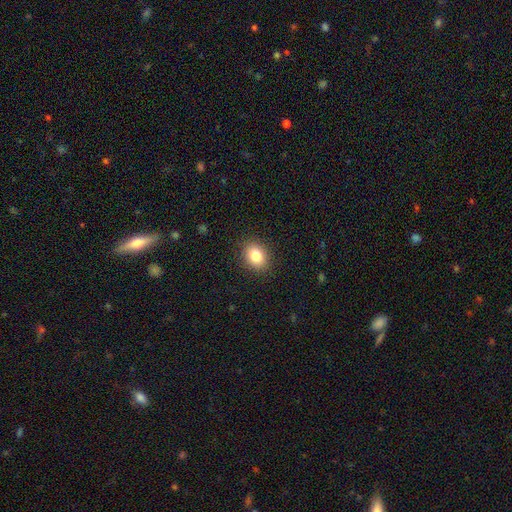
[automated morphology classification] Q: Smooth or featured?
A: smooth (83%); runner-up: star or artifact (10%)
Q: How rounded?
A: in between (58%); runner-up: round (41%)
Q: Merging?
A: none (89%); runner-up: minor disturbance (8%)